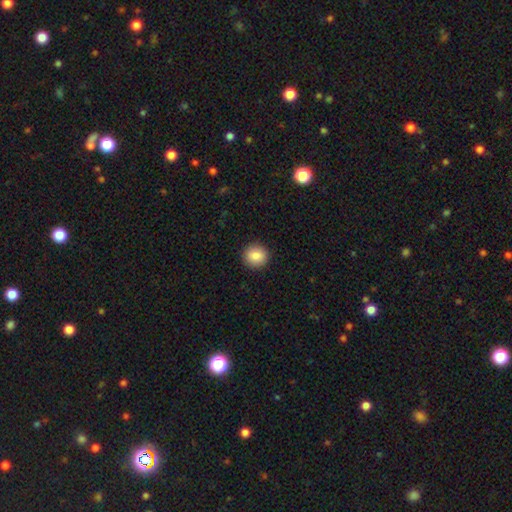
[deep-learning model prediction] Smooth or featured? Predicted: smooth (p=0.87). How rounded? Predicted: round (p=0.92). Merging? Predicted: none (p=0.92).